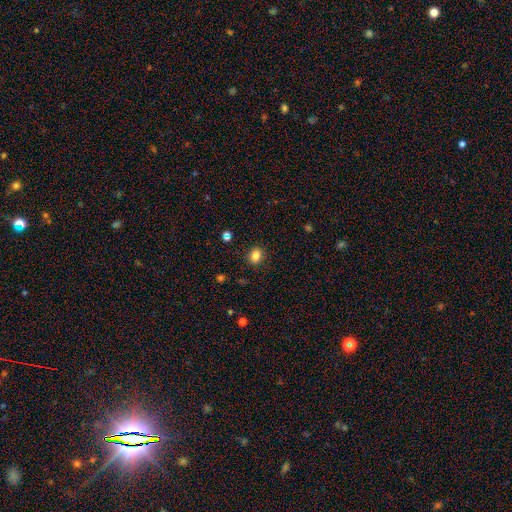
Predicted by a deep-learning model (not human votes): Overall: smooth (83%). How rounded: round (50%; in between 49%). Merging: none (88%).